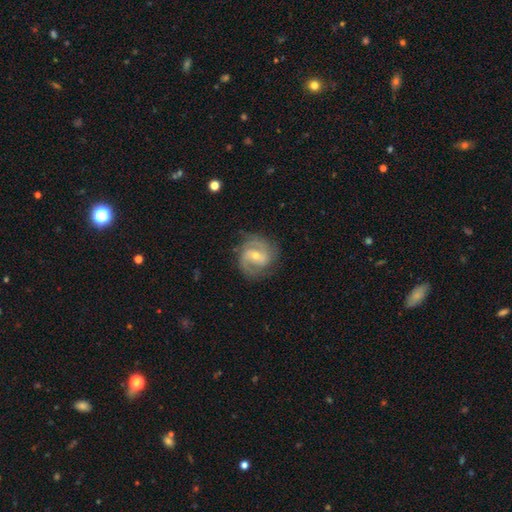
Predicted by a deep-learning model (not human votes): Smooth or featured? Predicted: featured or disk (p=0.85). Edge-on disk? Predicted: no (p=0.98). Bar? Predicted: weak (p=0.48). Spiral arms? Predicted: yes (p=0.96). Spiral winding? Predicted: medium (p=0.45). Spiral arm count? Predicted: 2 (p=0.65). Bulge size? Predicted: small (p=0.50). Merging? Predicted: none (p=0.75).